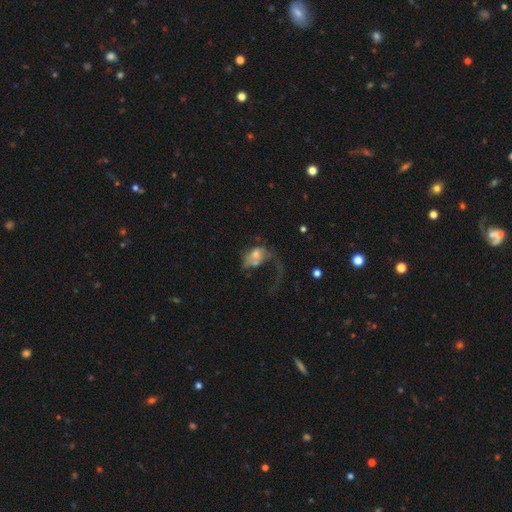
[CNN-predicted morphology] This is possibly a smooth galaxy (46%). Merging: possibly major disturbance (59%).